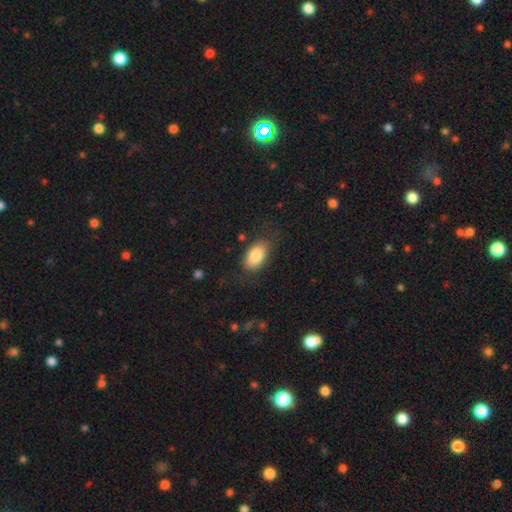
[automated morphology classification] A smooth galaxy with no disk features (85%) that is in between round and cigar-shaped (93%). Merging: none (76%).